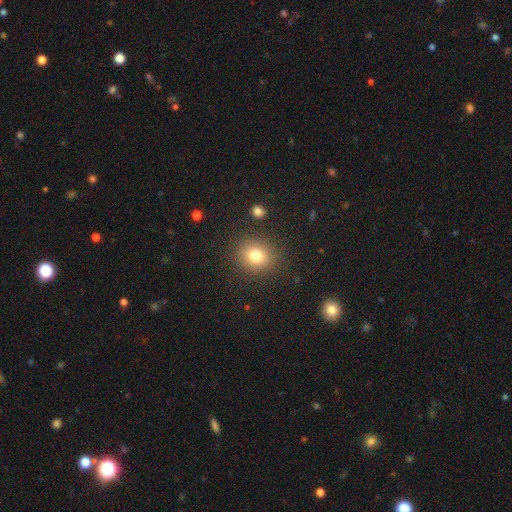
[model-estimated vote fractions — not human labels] A smooth galaxy with no disk features (79%) that is round (75%).

Vote fractions:
- Smooth or featured? smooth: 79% / star or artifact: 13% / featured or disk: 9%
- How rounded? round: 75% / in between: 24% / cigar-shaped: 1%
- Merging? none: 87% / minor disturbance: 8% / major disturbance: 3% / merger: 2%